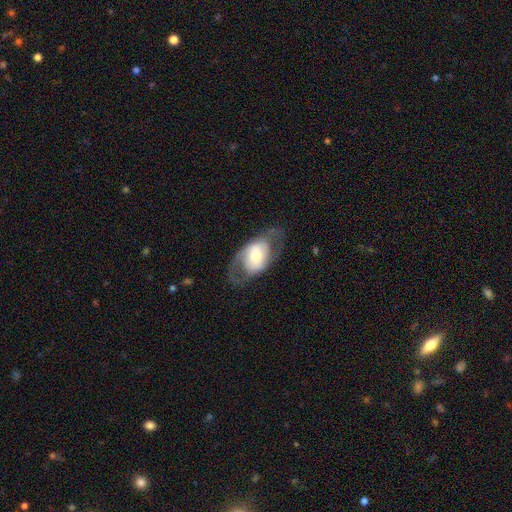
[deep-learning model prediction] Q: Smooth or featured?
A: featured or disk (64%); runner-up: smooth (30%)
Q: Edge-on disk?
A: no (91%); runner-up: yes (9%)
Q: Bar?
A: no (50%); runner-up: weak (31%)
Q: Spiral arms?
A: yes (61%); runner-up: no (39%)
Q: Bulge size?
A: moderate (50%); runner-up: large (23%)
Q: Merging?
A: none (69%); runner-up: minor disturbance (16%)